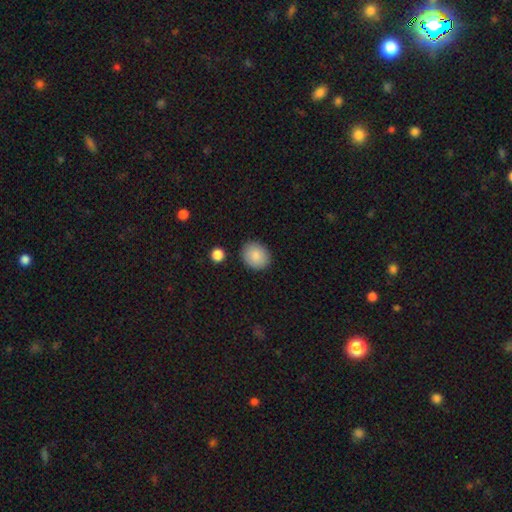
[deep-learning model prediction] smooth-or-featured: smooth: 87% | star or artifact: 7% | featured or disk: 6%
  how-rounded: round: 63% | in between: 36% | cigar-shaped: 1%
  merging: none: 87% | minor disturbance: 8% | major disturbance: 2% | merger: 2%